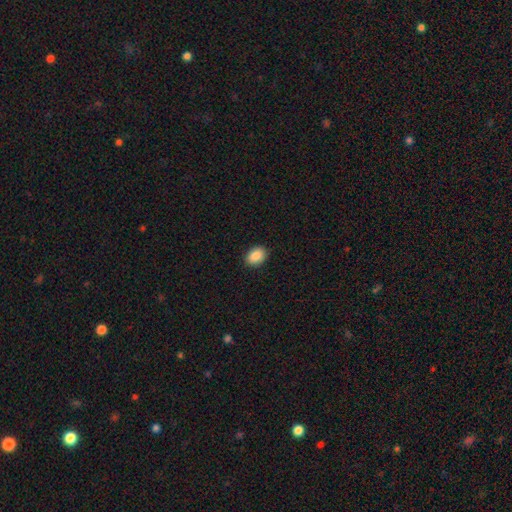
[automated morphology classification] smooth-or-featured: smooth: 88% | star or artifact: 7% | featured or disk: 4%
  how-rounded: in between: 80% | round: 19% | cigar-shaped: 1%
  merging: none: 90% | minor disturbance: 8% | major disturbance: 2% | merger: 1%